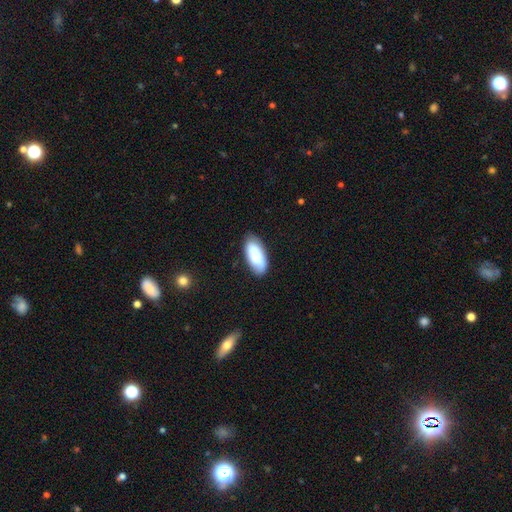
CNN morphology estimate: Smooth or featured: smooth — 78% (featured or disk — 16%)
How rounded: in between — 88% (cigar-shaped — 9%)
Merging: none — 80% (minor disturbance — 15%)